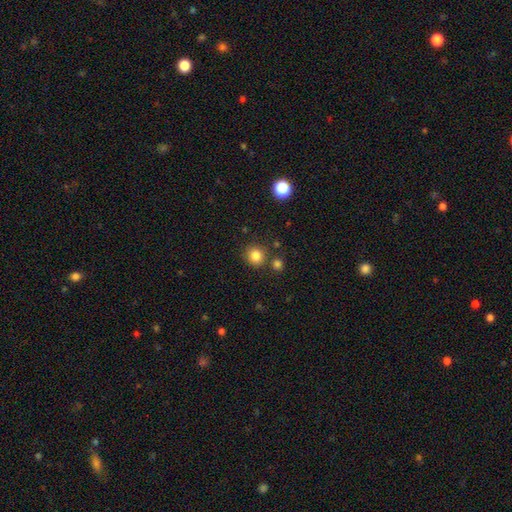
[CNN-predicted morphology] Smooth or featured? smooth (83%)
How rounded? round (89%)
Merging? none (81%)